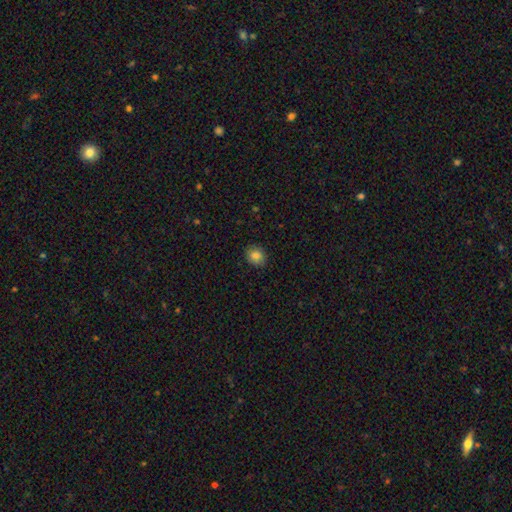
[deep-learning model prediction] A smooth galaxy with no disk features (83%) that is round (75%). Merging: none (89%).